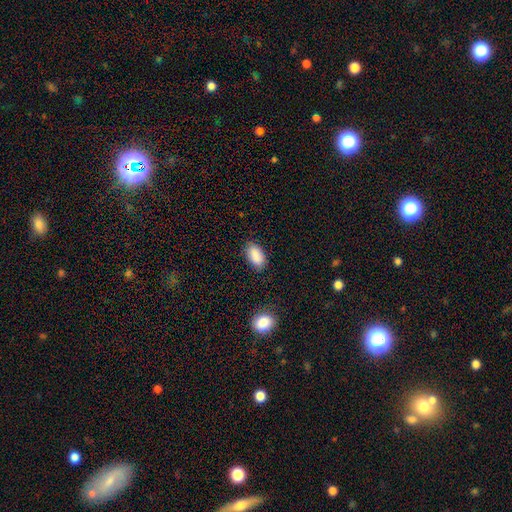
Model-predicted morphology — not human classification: This appears to be a smooth galaxy with no disk features (89%) that is in between round and cigar-shaped (93%). Merging: none (81%).